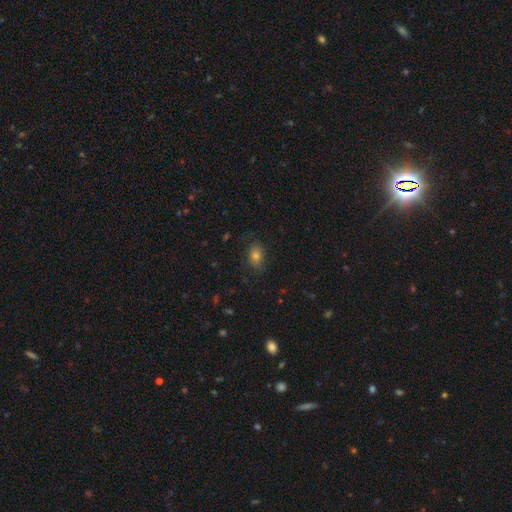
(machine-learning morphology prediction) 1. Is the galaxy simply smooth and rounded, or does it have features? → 75% smooth, 15% star or artifact, 10% featured or disk.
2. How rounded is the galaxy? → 73% in between, 25% round, 2% cigar-shaped.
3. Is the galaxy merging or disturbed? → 80% none, 14% minor disturbance, 4% major disturbance, 1% merger.